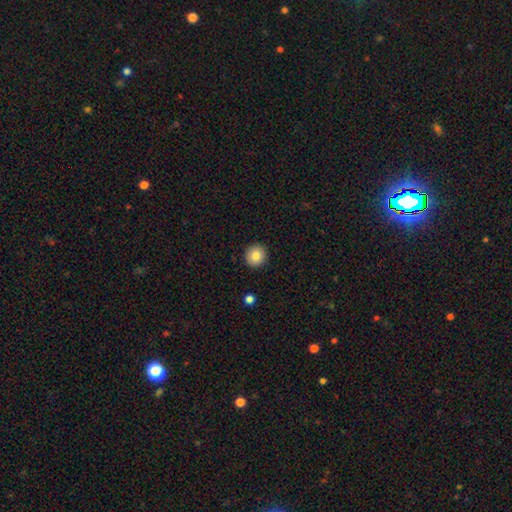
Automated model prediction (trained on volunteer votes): Smooth or featured? smooth (83%)
How rounded? round (93%)
Merging? none (92%)